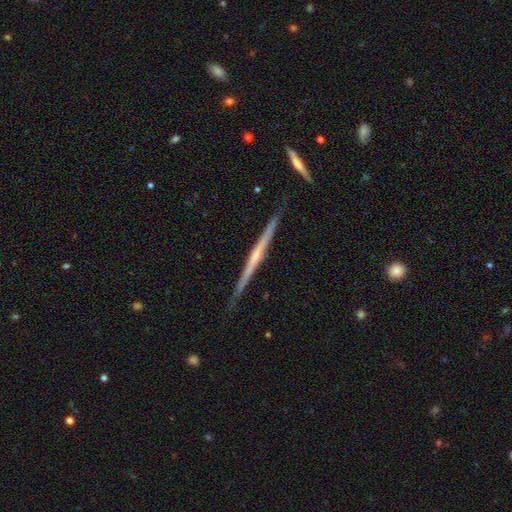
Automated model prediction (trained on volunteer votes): Overall: featured or disk (76%). Edge-on disk: yes (98%). Edge-on bulge: rounded (48%; none 46%). Merging: none (87%).